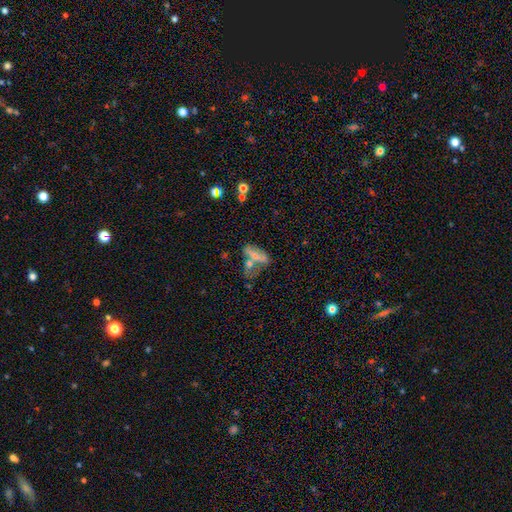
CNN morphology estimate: Smooth or featured? Predicted: smooth (p=0.55). How rounded? Predicted: in between (p=0.58). Merging? Predicted: merger (p=0.44).